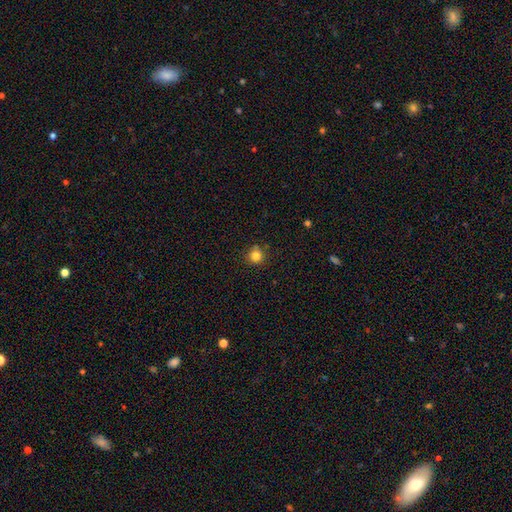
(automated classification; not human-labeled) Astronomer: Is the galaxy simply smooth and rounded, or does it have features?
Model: smooth — 83%.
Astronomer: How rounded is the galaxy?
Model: round — 93%.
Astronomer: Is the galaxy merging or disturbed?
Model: none — 85%.